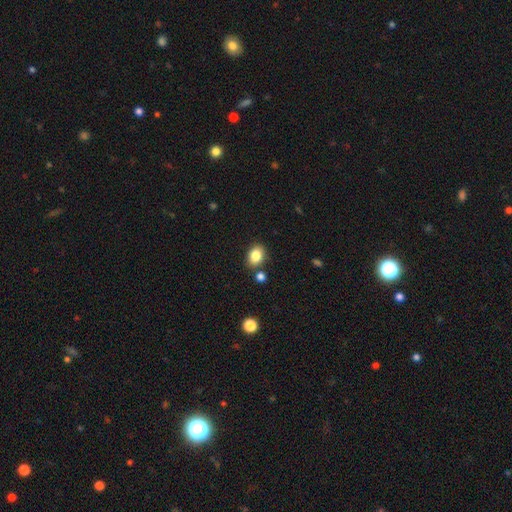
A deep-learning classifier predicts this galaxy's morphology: A smooth galaxy with no disk features (84%) that is in between round and cigar-shaped (69%).

Vote fractions:
- Smooth or featured? smooth: 84% / star or artifact: 9% / featured or disk: 7%
- How rounded? in between: 69% / round: 30% / cigar-shaped: 1%
- Merging? none: 79% / minor disturbance: 11% / merger: 7% / major disturbance: 3%